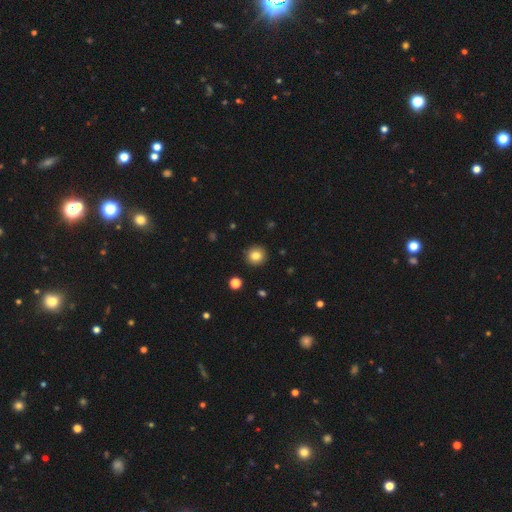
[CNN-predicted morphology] A smooth galaxy with no disk features (83%) that is round (93%). Merging: none (92%).